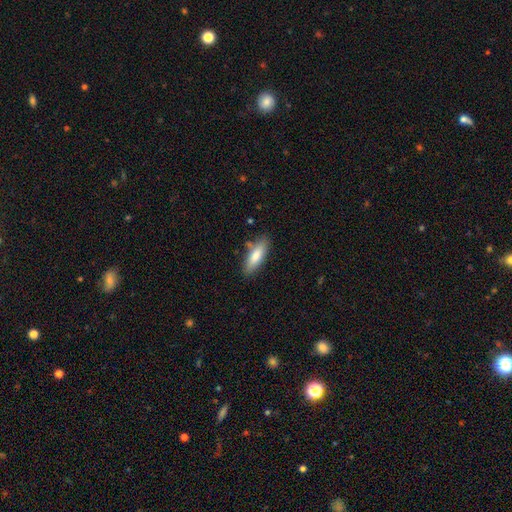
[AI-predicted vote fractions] smooth 78%, featured or disk 16%, star or artifact 6%. Down the decision tree: how rounded — in between (54%); merging — none (80%).